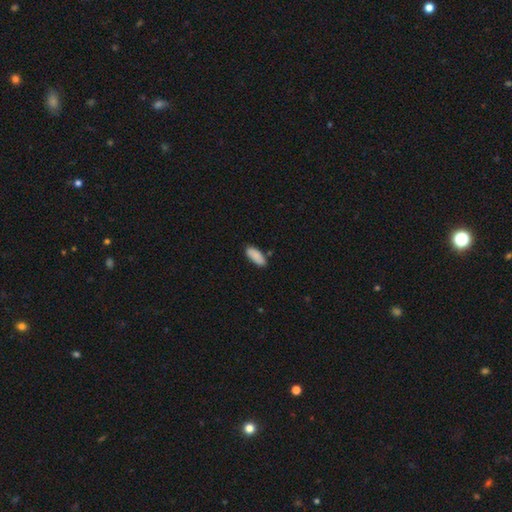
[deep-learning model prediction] smooth 88%, star or artifact 6%, featured or disk 6%. Down the decision tree: how rounded — in between (82%); merging — none (81%).